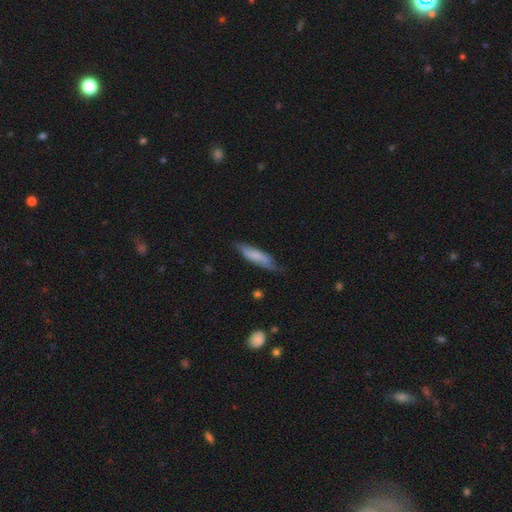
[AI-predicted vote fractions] smooth 66%, featured or disk 27%, star or artifact 6%. Down the decision tree: how rounded — cigar-shaped (70%); merging — none (65%).